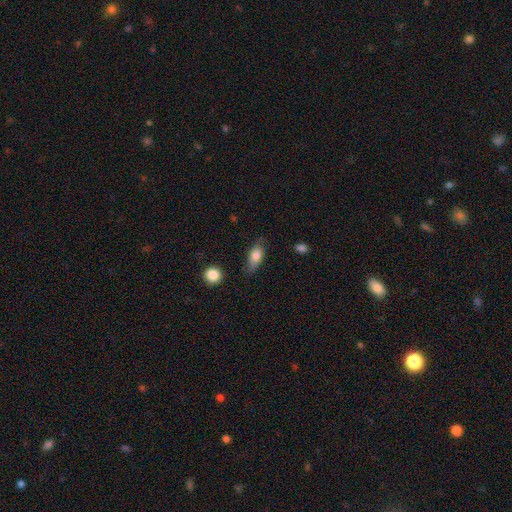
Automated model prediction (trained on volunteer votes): Smooth or featured? smooth (74%)
How rounded? in between (79%)
Merging? none (67%)